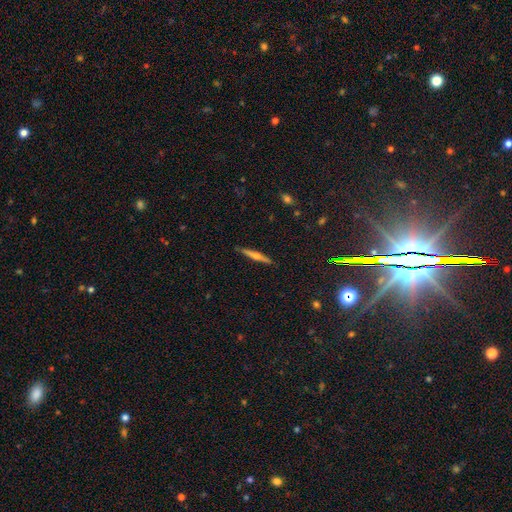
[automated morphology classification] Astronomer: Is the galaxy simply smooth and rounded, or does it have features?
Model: featured or disk — 62%.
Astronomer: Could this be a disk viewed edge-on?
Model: yes — 97%.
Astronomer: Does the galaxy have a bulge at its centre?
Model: rounded — 83%.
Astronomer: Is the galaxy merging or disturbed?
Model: none — 90%.